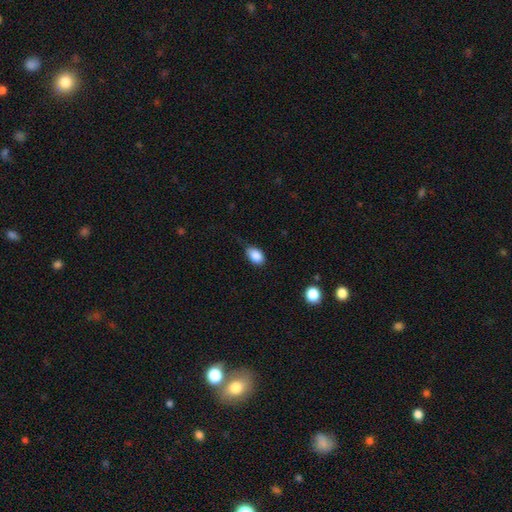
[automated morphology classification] Smooth or featured?
  - smooth: 86% *
  - star or artifact: 8%
  - featured or disk: 5%
How rounded?
  - in between: 87% *
  - round: 12%
  - cigar-shaped: 2%
Merging?
  - none: 67% *
  - minor disturbance: 27%
  - major disturbance: 4%
  - merger: 2%